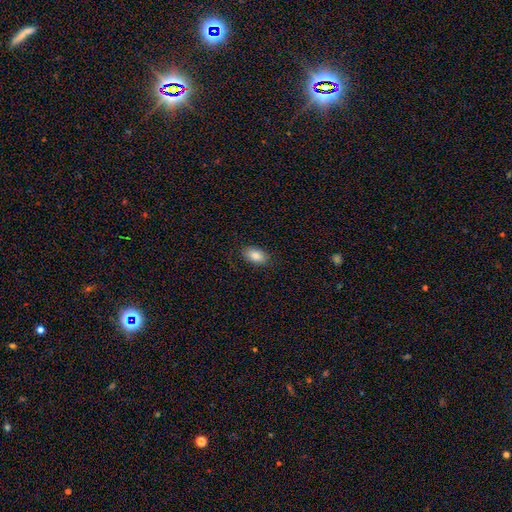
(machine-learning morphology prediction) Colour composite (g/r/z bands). It shows a smooth galaxy with no disk features (85%) that is in between round and cigar-shaped (91%). Merging: none (83%).